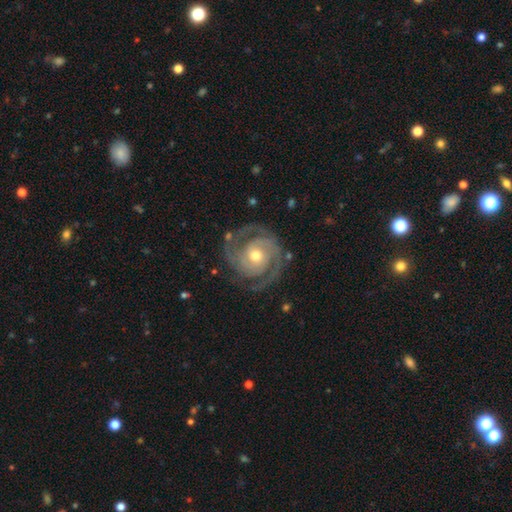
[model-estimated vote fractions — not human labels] This is clearly a featured or disk galaxy (92%). It is clearly not viewed edge-on (98%). Bar: likely no (68%). Spiral arm pattern: clearly yes (98%). Spiral arm count: clearly 2 (84%). Spiral winding: likely tight (63%). Central bulge: likely moderate (67%). Merging: clearly none (81%).